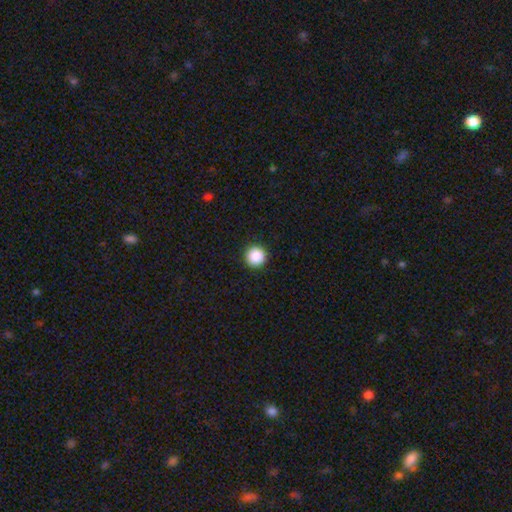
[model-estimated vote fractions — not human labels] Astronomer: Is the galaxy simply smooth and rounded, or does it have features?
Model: smooth — 89%.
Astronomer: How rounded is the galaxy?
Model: round — 97%.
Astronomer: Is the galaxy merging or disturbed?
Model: none — 93%.